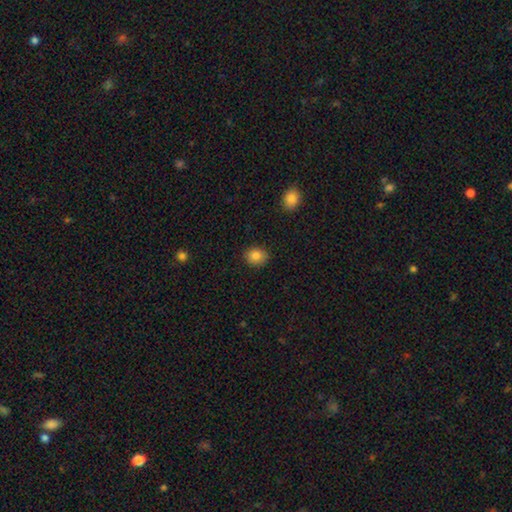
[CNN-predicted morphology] type=smooth (84%); roundness=round (65%); merging=none (89%).